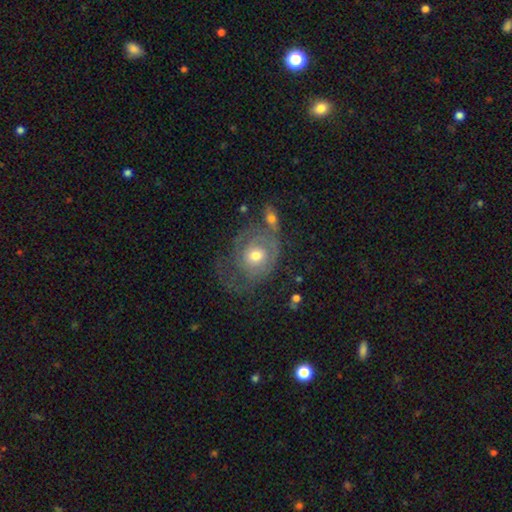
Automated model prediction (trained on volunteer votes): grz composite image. It shows a featured or disk galaxy (71%) with no bar (80%), tight (60%) spiral arms (78%) and a moderate central bulge (70%). Merging: none (44%).